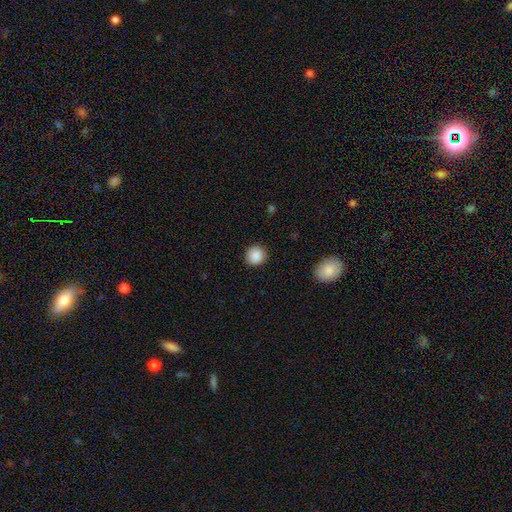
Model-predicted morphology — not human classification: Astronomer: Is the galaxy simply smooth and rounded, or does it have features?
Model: smooth — 88%.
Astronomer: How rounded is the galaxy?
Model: round — 91%.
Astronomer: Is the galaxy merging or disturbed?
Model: none — 89%.